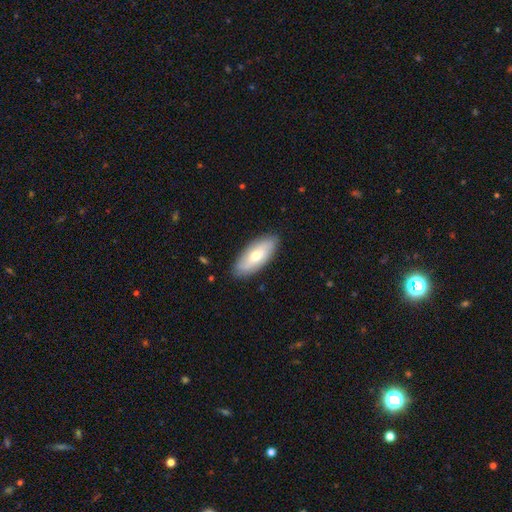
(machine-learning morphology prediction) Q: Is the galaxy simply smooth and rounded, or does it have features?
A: smooth — 58%.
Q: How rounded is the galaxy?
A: in between — 82%.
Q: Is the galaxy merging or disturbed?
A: none — 86%.